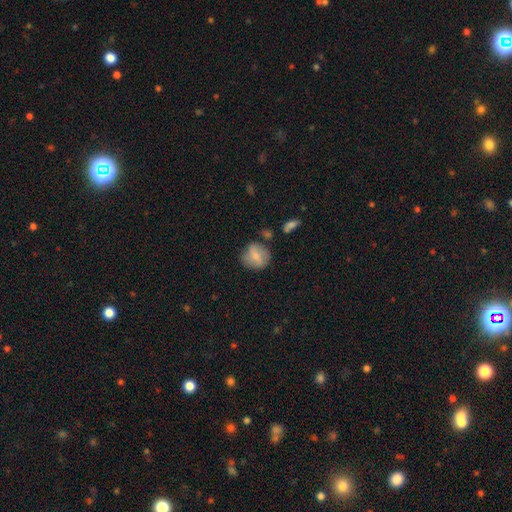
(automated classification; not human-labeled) Morphology: type=smooth (67%); roundness=round (74%); merging=none (66%).